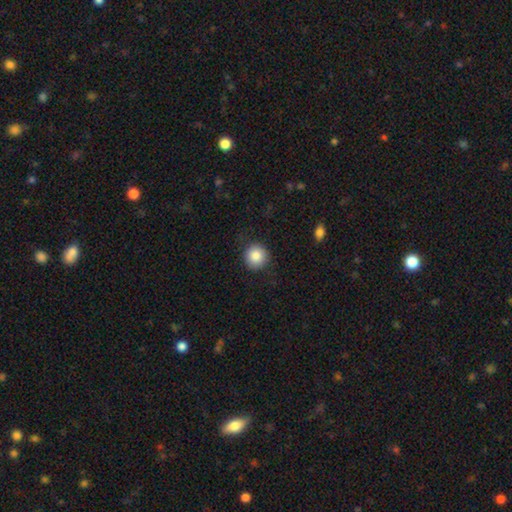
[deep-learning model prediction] smooth-or-featured: smooth: 86% | star or artifact: 8% | featured or disk: 6%
  how-rounded: round: 93% | in between: 6% | cigar-shaped: 1%
  merging: none: 85% | minor disturbance: 11% | major disturbance: 3% | merger: 1%